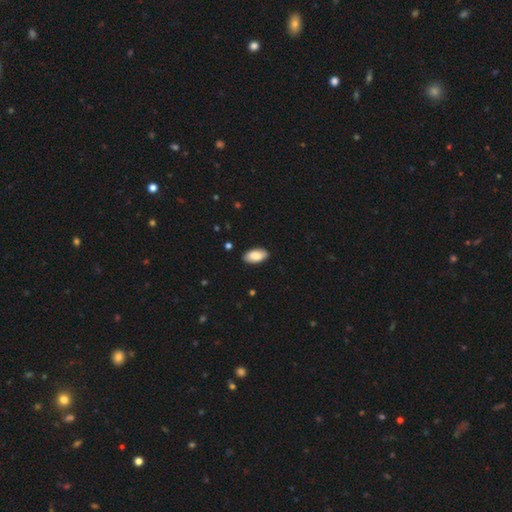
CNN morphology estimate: Smooth or featured? Predicted: smooth (p=0.83). How rounded? Predicted: in between (p=0.95). Merging? Predicted: none (p=0.89).